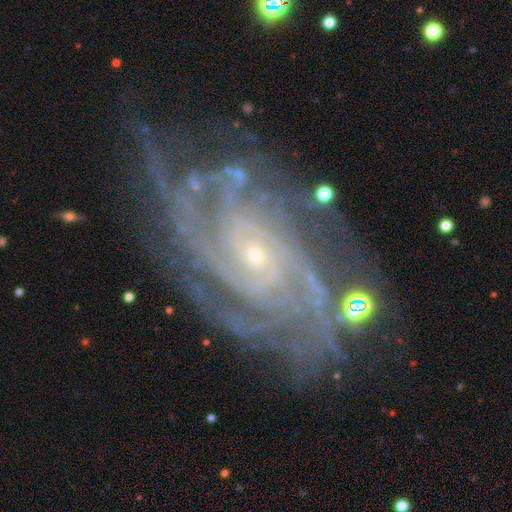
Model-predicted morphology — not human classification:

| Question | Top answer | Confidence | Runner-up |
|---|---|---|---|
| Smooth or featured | featured or disk | 91% | star or artifact (6%) |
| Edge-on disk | no | 97% | yes (3%) |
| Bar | no | 68% | weak (22%) |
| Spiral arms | yes | 99% | no (1%) |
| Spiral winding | tight | 73% | medium (23%) |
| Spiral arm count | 4 | 23% | 3 (20%) |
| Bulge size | small | 84% | moderate (12%) |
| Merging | none | 70% | minor disturbance (20%) |